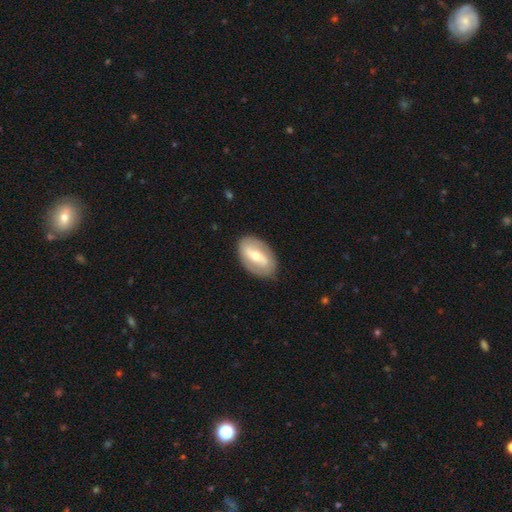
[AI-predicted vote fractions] smooth_or_featured: featured or disk (p=0.61) [alt: smooth p=0.33]
disk_edge_on: no (p=0.91) [alt: yes p=0.09]
bar: strong (p=0.50) [alt: weak p=0.31]
has_spiral_arms: yes (p=0.52) [alt: no p=0.48]
bulge_size: moderate (p=0.59) [alt: small p=0.35]
merging: none (p=0.84) [alt: minor disturbance p=0.12]